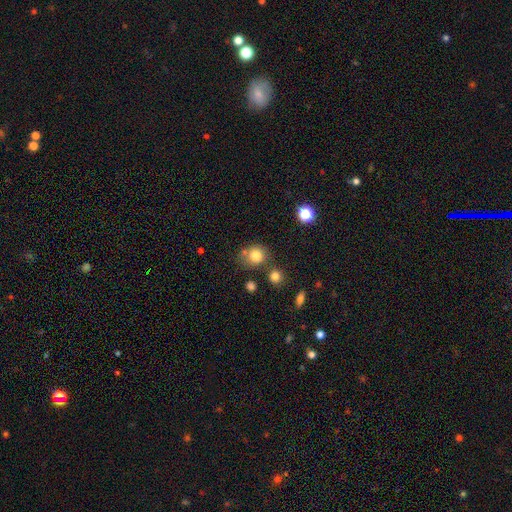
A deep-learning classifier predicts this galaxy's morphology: This appears to be a smooth galaxy with no disk features (80%) that is round (82%). Merging: none (65%).